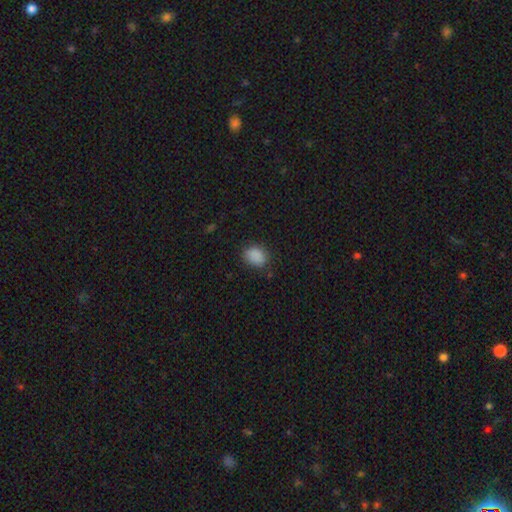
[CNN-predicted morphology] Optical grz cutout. It shows a smooth galaxy with no disk features (87%) that is in between round and cigar-shaped (59%). Merging: none (78%).